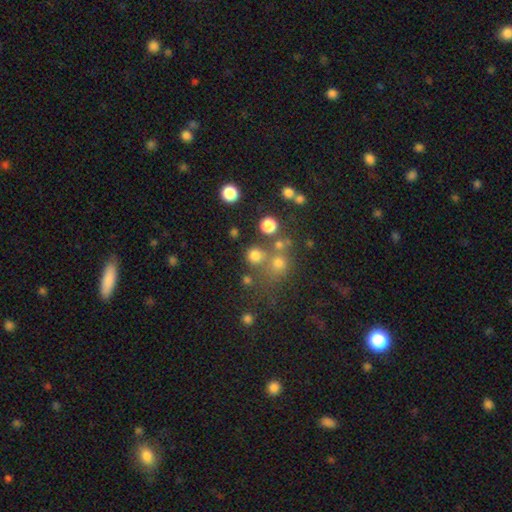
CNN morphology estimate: A smooth galaxy with no disk features (73%) that is round (89%). Merging: none (69%).